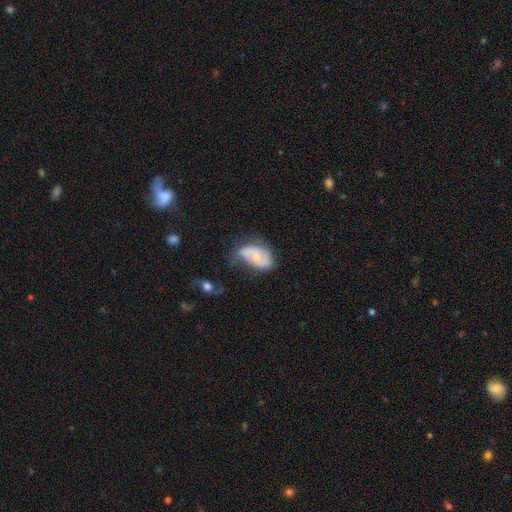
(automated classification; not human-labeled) featured or disk 58%, smooth 35%, star or artifact 7%. Down the decision tree: edge-on disk — no (96%); bar — no (60%); spiral arms — yes (81%); bulge size — small (58%); merging — none (41%).